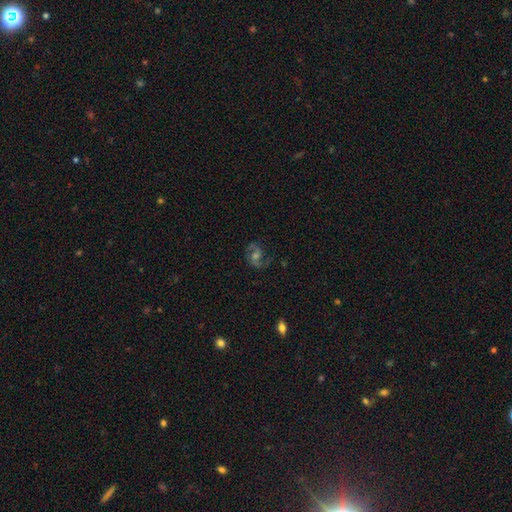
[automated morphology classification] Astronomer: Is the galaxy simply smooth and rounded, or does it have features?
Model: featured or disk — 79%.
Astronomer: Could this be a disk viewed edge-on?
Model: no — 98%.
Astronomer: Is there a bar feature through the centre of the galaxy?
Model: no — 47% (runner-up: weak, 41%).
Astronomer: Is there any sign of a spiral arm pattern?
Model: yes — 95%.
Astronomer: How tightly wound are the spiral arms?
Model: medium — 55%.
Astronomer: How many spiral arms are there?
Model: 2 — 89%.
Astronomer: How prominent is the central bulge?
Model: moderate — 54% (runner-up: small, 33%).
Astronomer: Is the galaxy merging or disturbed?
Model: none — 77%.